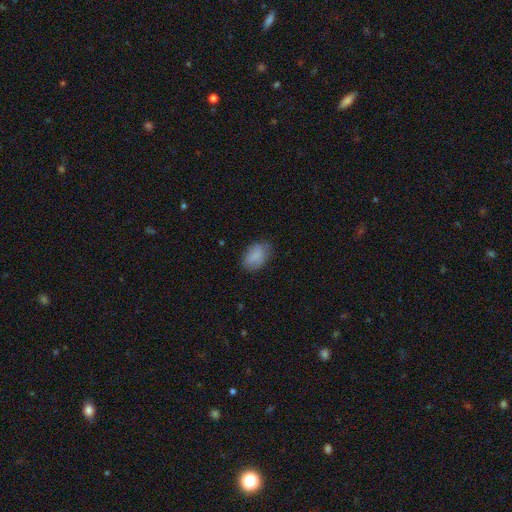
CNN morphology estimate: A smooth galaxy with no disk features (86%) that is in between round and cigar-shaped (87%).

Vote fractions:
- Smooth or featured? smooth: 86% / star or artifact: 8% / featured or disk: 7%
- How rounded? in between: 87% / round: 11% / cigar-shaped: 1%
- Merging? none: 72% / minor disturbance: 22% / major disturbance: 5% / merger: 1%